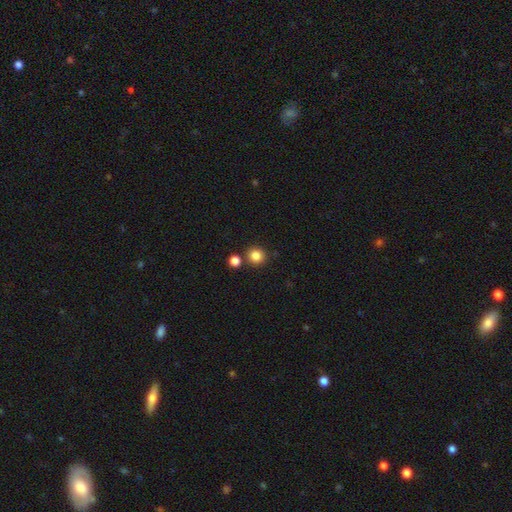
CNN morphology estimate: A smooth galaxy with no disk features (84%) that is round (90%).

Vote fractions:
- Smooth or featured? smooth: 84% / star or artifact: 12% / featured or disk: 4%
- How rounded? round: 90% / in between: 9% / cigar-shaped: 1%
- Merging? none: 79% / merger: 12% / minor disturbance: 7% / major disturbance: 2%